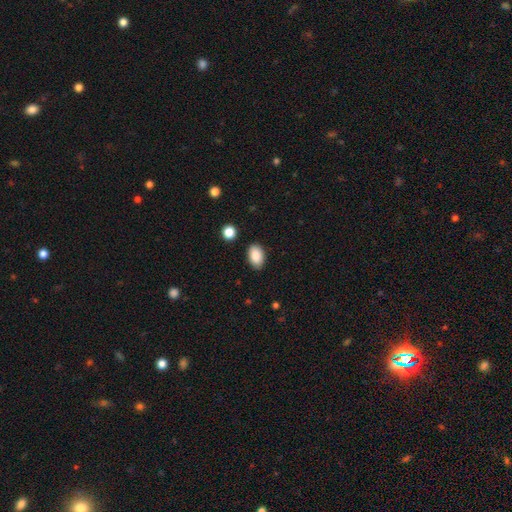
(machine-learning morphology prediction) Smooth or featured? Predicted: smooth (p=0.89). How rounded? Predicted: in between (p=0.91). Merging? Predicted: none (p=0.86).